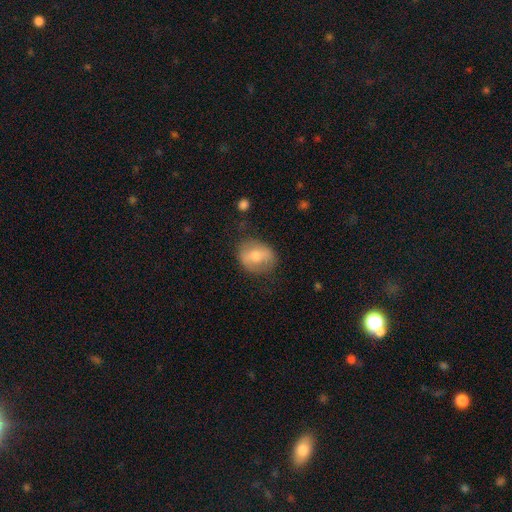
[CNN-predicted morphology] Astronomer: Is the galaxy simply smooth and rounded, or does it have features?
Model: smooth — 60%.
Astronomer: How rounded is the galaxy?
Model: round — 52% (runner-up: in between, 46%).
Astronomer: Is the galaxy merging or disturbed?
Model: none — 69%.